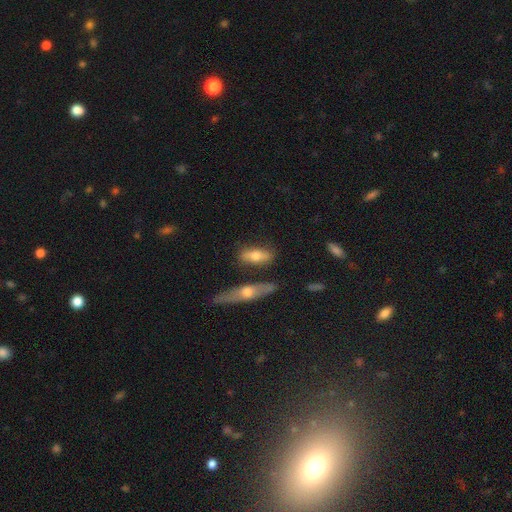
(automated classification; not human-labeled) Smooth or featured?
  - smooth: 56% *
  - featured or disk: 37%
  - star or artifact: 7%
How rounded?
  - in between: 57% *
  - cigar-shaped: 39%
  - round: 4%
Merging?
  - none: 72% *
  - minor disturbance: 14%
  - merger: 9%
  - major disturbance: 4%